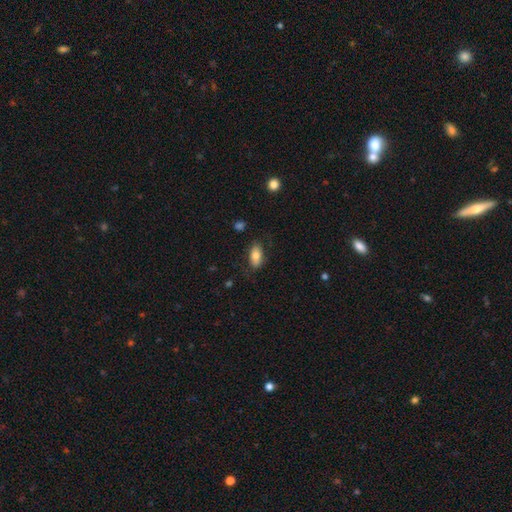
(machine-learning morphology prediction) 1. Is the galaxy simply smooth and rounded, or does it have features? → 76% smooth, 17% featured or disk, 7% star or artifact.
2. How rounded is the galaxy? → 91% in between, 5% cigar-shaped, 4% round.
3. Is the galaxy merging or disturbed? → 78% none, 16% minor disturbance, 5% major disturbance, 1% merger.